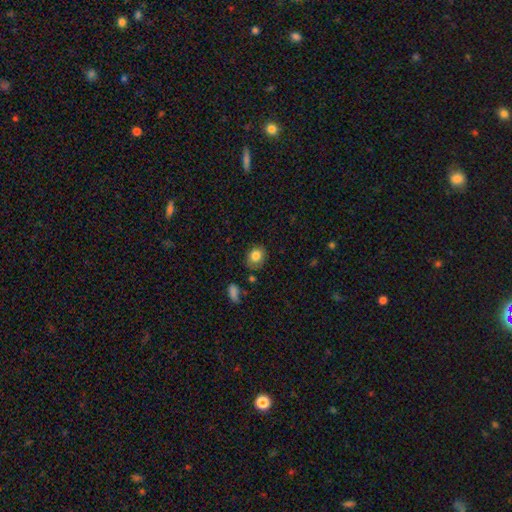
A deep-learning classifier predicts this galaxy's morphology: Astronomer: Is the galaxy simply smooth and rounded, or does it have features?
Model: smooth — 82%.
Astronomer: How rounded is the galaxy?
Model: round — 55% (runner-up: in between, 44%).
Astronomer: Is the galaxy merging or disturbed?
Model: none — 74%.